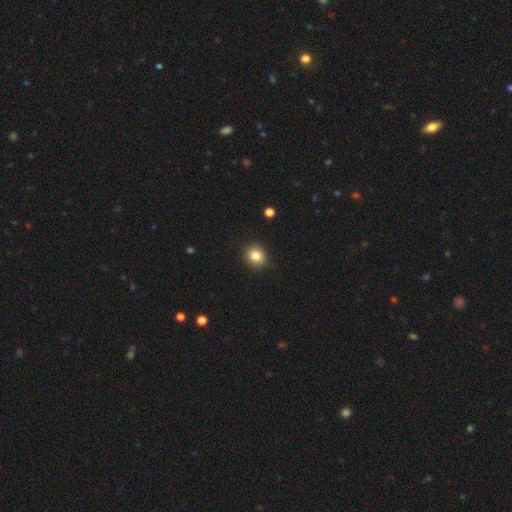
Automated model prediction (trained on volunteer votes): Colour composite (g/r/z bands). It shows a smooth galaxy with no disk features (84%) that is round (81%). Merging: none (90%).